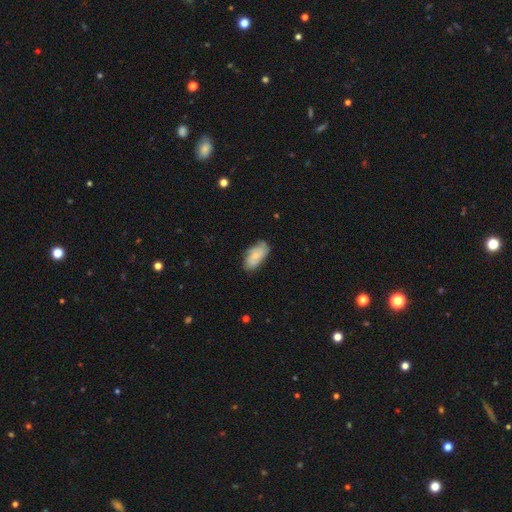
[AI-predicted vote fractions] Smooth or featured? smooth (59%)
How rounded? in between (91%)
Merging? none (67%)